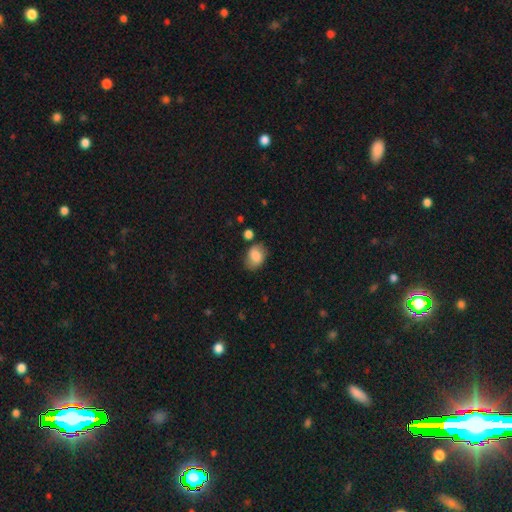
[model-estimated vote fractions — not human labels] Morphology: type=smooth (75%); roundness=in between (70%); merging=none (62%).